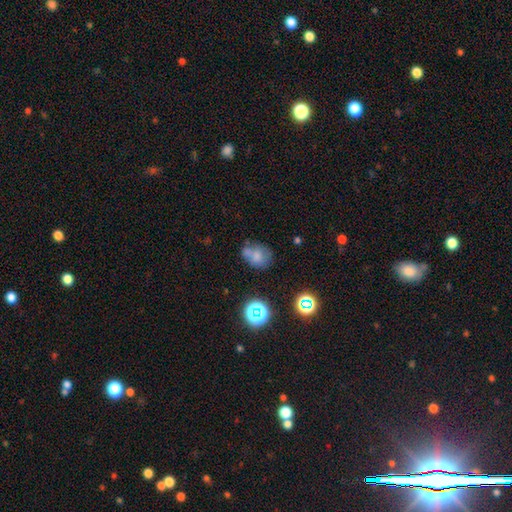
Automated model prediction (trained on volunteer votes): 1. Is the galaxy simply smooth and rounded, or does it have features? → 63% smooth, 21% featured or disk, 17% star or artifact.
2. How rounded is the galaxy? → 50% round, 49% in between, 1% cigar-shaped.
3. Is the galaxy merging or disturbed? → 41% none, 23% minor disturbance, 23% merger, 13% major disturbance.